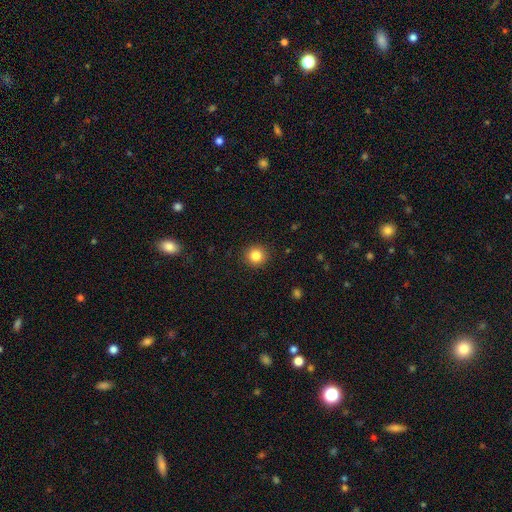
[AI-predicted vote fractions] This is clearly a smooth galaxy (84%). How rounded: clearly round (93%). Merging: clearly none (92%).